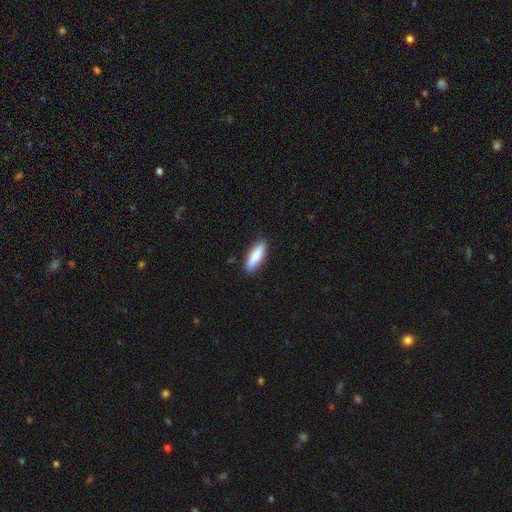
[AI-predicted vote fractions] This appears to be a smooth galaxy with no disk features (85%) that is cigar-shaped (60%). Merging: none (89%).